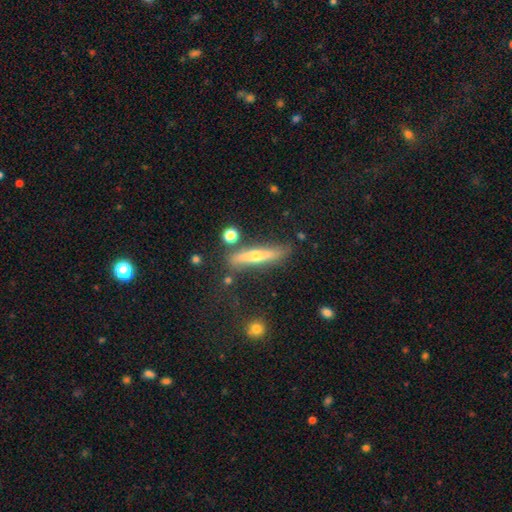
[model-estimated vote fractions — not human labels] Smooth or featured? featured or disk (57%)
Edge-on disk? yes (91%)
Edge-on bulge? rounded (87%)
Merging? none (79%)